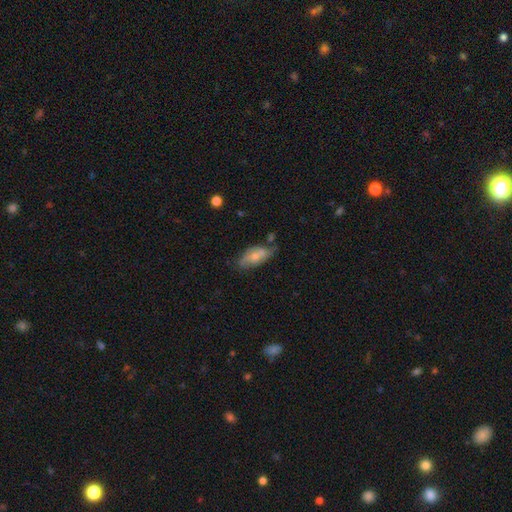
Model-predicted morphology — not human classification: Smooth or featured? Predicted: smooth (p=0.55). How rounded? Predicted: in between (p=0.87). Merging? Predicted: none (p=0.46).